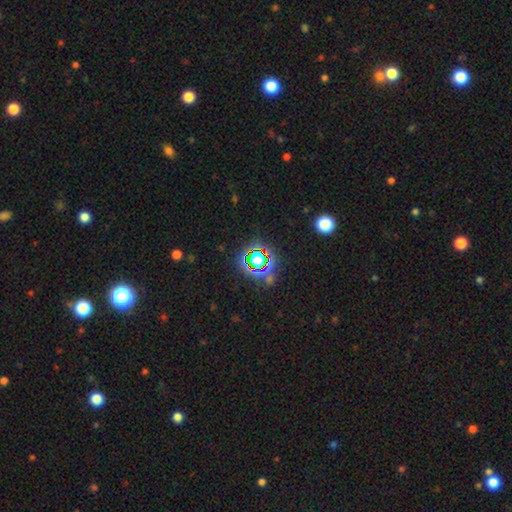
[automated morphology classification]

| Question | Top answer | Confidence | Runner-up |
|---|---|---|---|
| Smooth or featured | star or artifact | 73% | smooth (17%) |